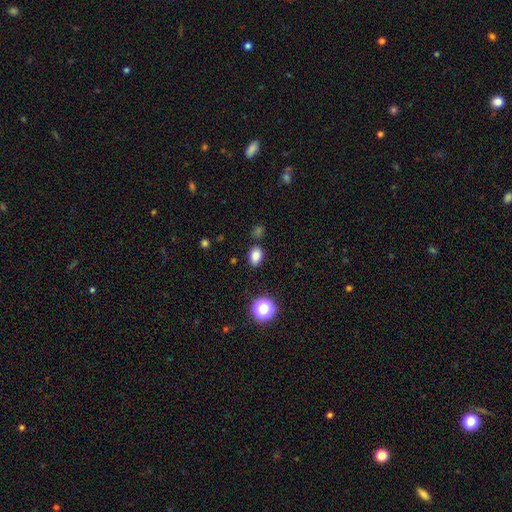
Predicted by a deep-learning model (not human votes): Smooth or featured? smooth (83%)
How rounded? in between (76%)
Merging? none (81%)